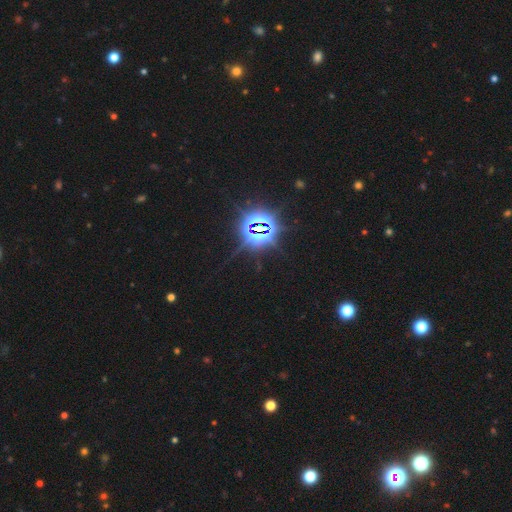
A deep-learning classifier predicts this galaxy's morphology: Overall: star or artifact (84%).